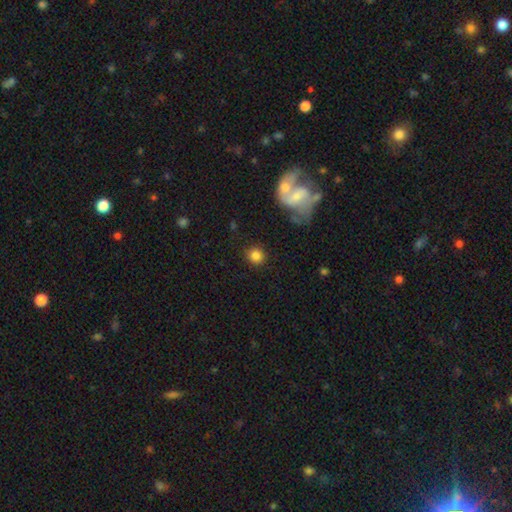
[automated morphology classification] smooth 84%, star or artifact 10%, featured or disk 6%. Down the decision tree: how rounded — round (87%); merging — none (87%).